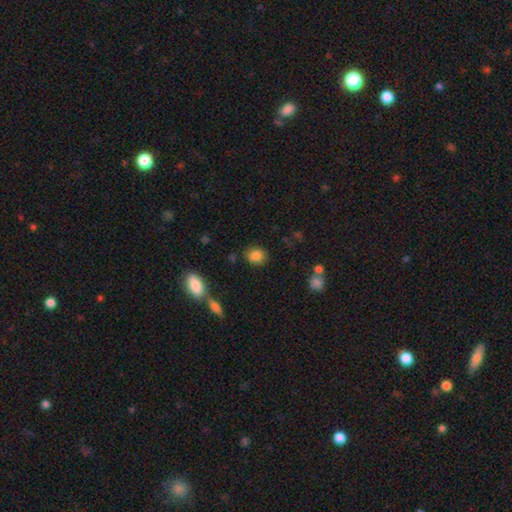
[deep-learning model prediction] A smooth galaxy with no disk features (85%) that is round (59%). Merging: none (83%).